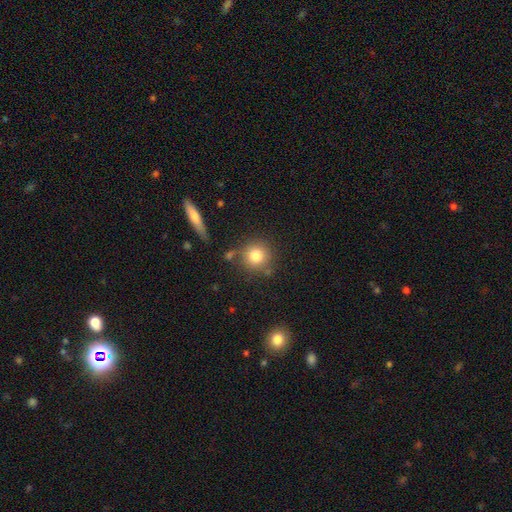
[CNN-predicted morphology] This appears to be a smooth galaxy with no disk features (80%) that is round (91%). Merging: none (77%).